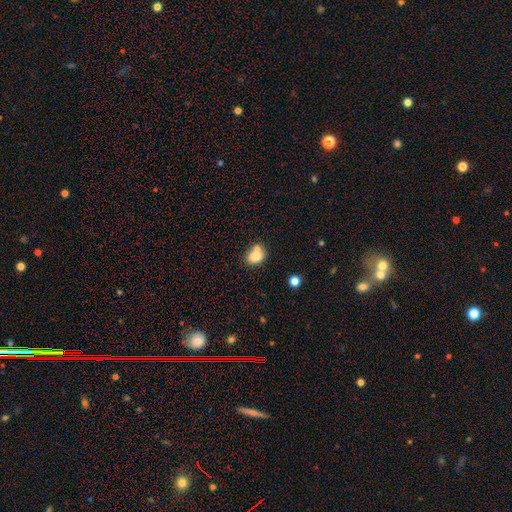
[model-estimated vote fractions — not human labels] The model was most divided on "merging": merger: 43%, none: 40%, minor disturbance: 12%, major disturbance: 5%. More confident: smooth or featured — smooth (74%); how rounded — in between (63%).